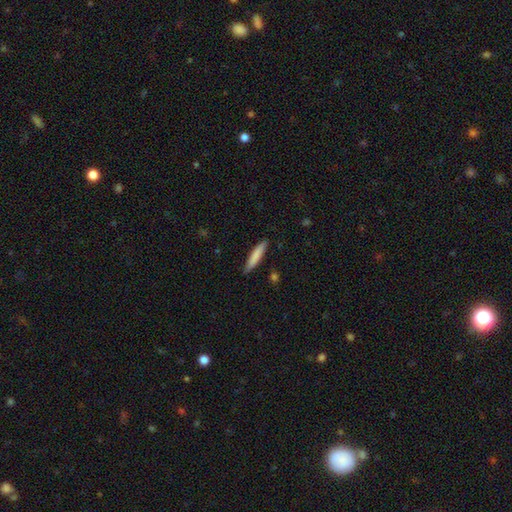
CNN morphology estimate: Overall: smooth (80%). How rounded: cigar-shaped (90%). Merging: none (85%).